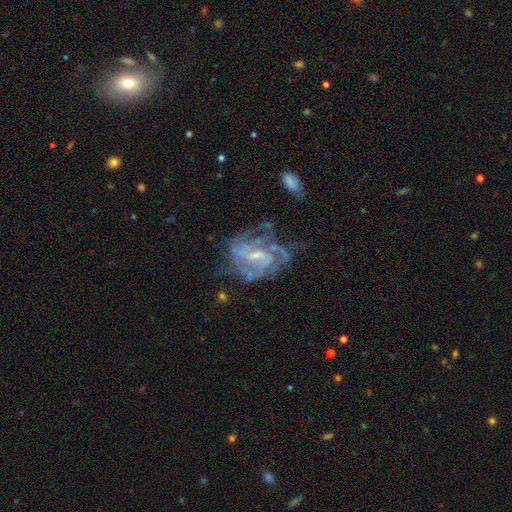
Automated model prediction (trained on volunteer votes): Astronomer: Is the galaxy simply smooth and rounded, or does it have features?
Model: featured or disk — 84%.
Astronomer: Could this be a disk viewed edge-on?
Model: no — 97%.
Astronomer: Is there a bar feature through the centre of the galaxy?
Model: weak — 52% (runner-up: no, 31%).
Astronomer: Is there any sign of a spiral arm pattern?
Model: yes — 86%.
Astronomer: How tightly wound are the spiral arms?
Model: medium — 43% (runner-up: tight, 42%).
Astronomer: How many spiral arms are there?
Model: can't tell — 37% (runner-up: 2, 24%).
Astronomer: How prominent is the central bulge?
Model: small — 49% (runner-up: moderate, 32%).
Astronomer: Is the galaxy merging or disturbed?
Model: none — 49%.